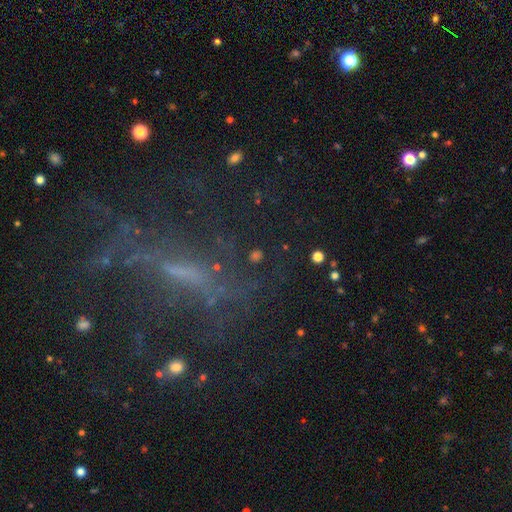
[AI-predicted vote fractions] featured or disk 49%, star or artifact 31%, smooth 20%. Down the decision tree: merging — none (56%).